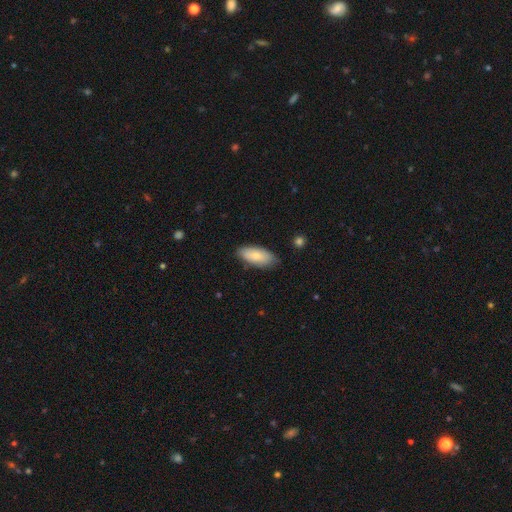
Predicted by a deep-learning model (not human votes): smooth_or_featured: smooth (p=0.80) [alt: featured or disk p=0.14]
how_rounded: in between (p=0.86) [alt: cigar-shaped p=0.12]
merging: none (p=0.79) [alt: minor disturbance p=0.17]